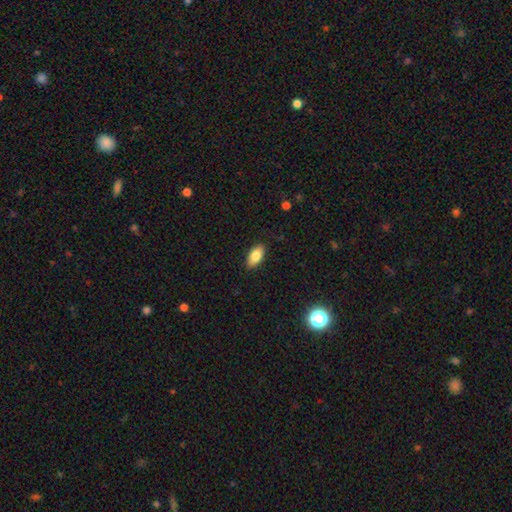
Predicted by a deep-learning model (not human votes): smooth-or-featured: smooth: 83% | featured or disk: 10% | star or artifact: 7%
  how-rounded: in between: 91% | cigar-shaped: 6% | round: 3%
  merging: none: 87% | minor disturbance: 10% | major disturbance: 2% | merger: 1%